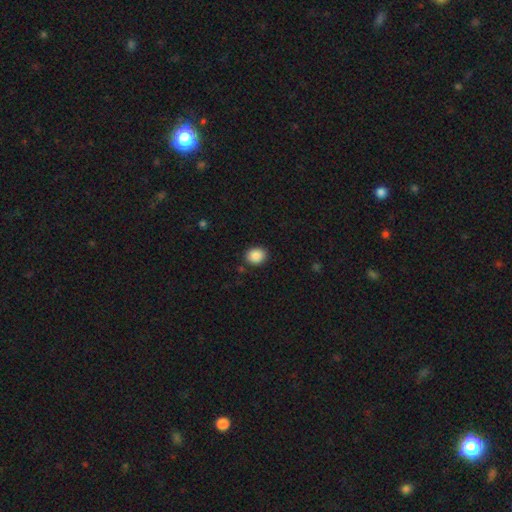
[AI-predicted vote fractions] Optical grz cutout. It shows a smooth galaxy with no disk features (88%) that is round (61%). Merging: none (88%).